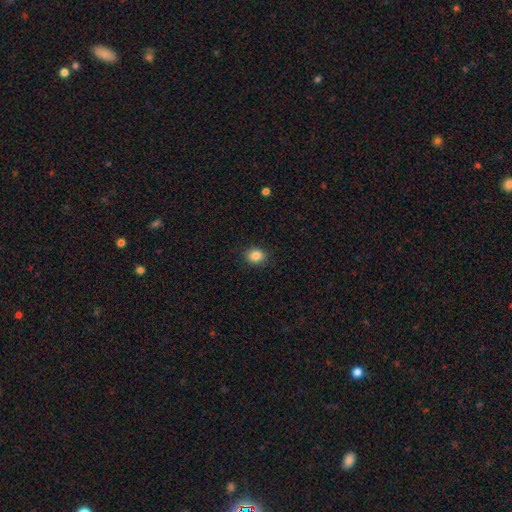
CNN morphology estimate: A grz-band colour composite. It shows a smooth galaxy with no disk features (86%) that is round (60%). Merging: none (89%).